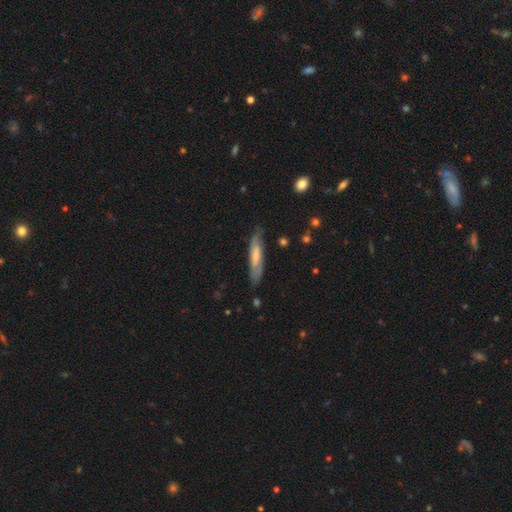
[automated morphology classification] Smooth or featured: featured or disk — 48% (smooth — 46%)
Merging: none — 76% (minor disturbance — 18%)